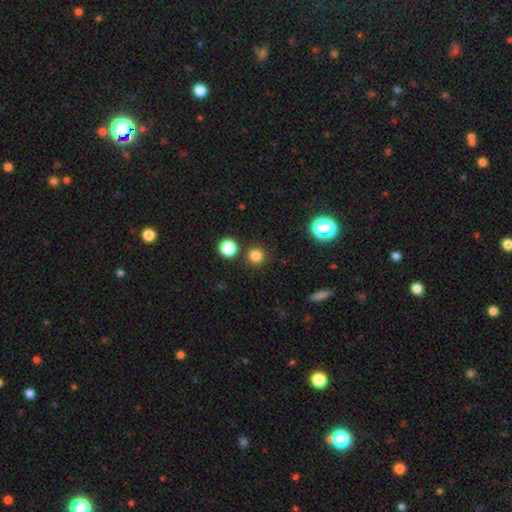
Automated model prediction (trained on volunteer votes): The model was most divided on "smooth or featured": smooth: 81%, star or artifact: 15%, featured or disk: 4%. More confident: how rounded — round (95%); merging — none (87%).